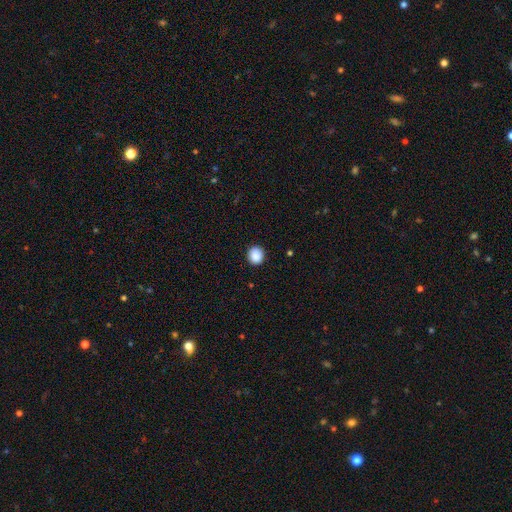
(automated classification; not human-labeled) Q: Smooth or featured?
A: smooth (89%); runner-up: star or artifact (9%)
Q: How rounded?
A: round (82%); runner-up: in between (17%)
Q: Merging?
A: none (91%); runner-up: minor disturbance (6%)